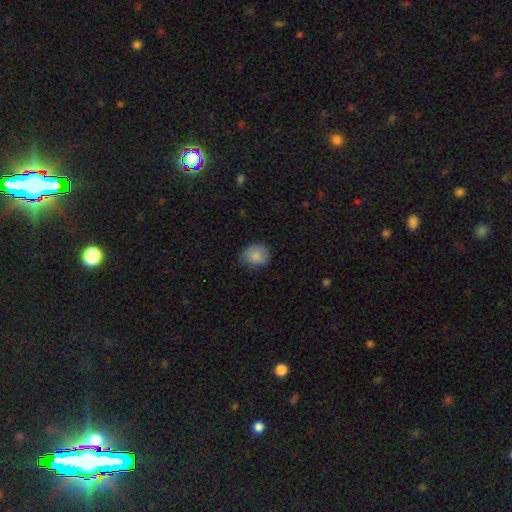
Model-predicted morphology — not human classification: Overall: smooth (84%). How rounded: round (73%). Merging: none (66%; minor disturbance 27%).